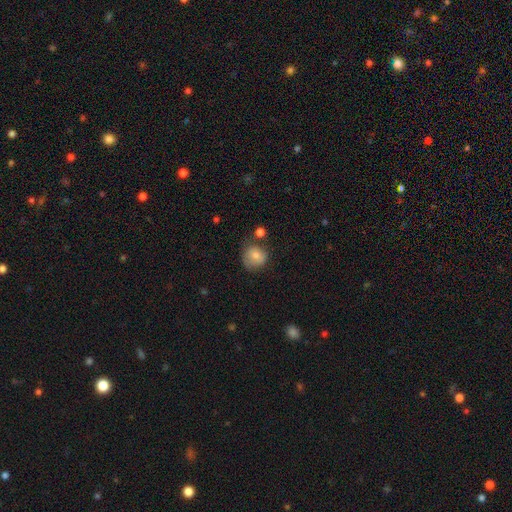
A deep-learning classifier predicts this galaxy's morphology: Smooth or featured: smooth — 75% (featured or disk — 16%)
How rounded: round — 83% (in between — 16%)
Merging: none — 59% (minor disturbance — 25%)